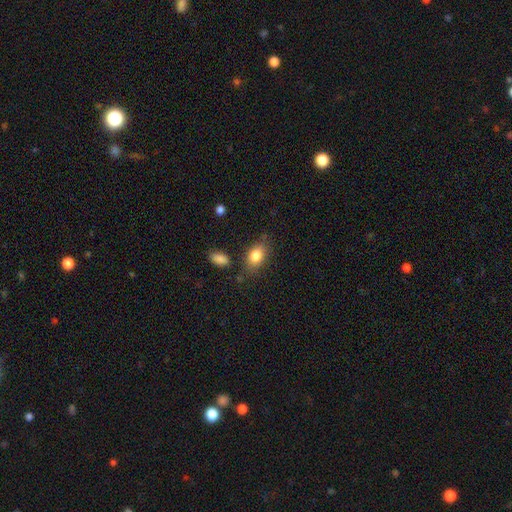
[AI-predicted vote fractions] smooth-or-featured: smooth: 82% | featured or disk: 10% | star or artifact: 8%
  how-rounded: in between: 81% | round: 16% | cigar-shaped: 3%
  merging: none: 73% | minor disturbance: 19% | major disturbance: 5% | merger: 4%